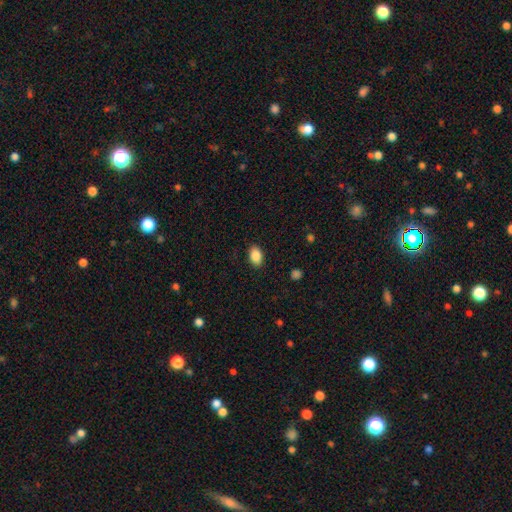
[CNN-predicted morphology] Smooth or featured? smooth (88%)
How rounded? in between (88%)
Merging? none (88%)